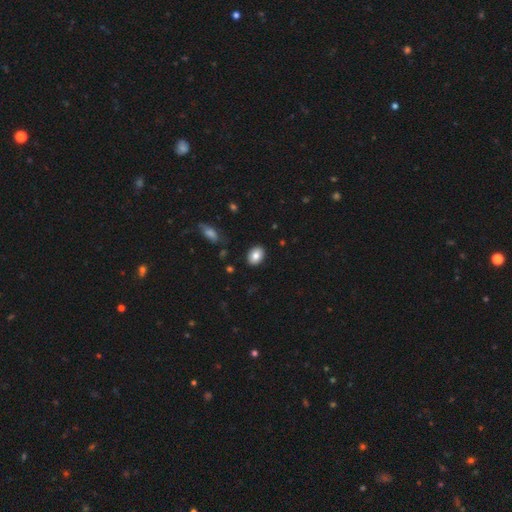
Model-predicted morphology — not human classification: This appears to be a smooth galaxy with no disk features (82%) that is in between round and cigar-shaped (77%). Merging: none (89%).